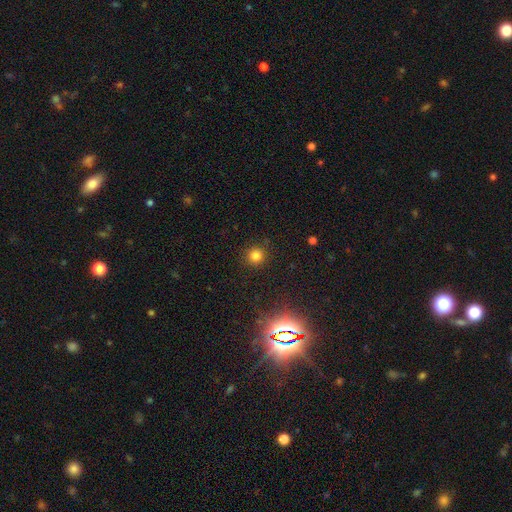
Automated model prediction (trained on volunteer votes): Smooth or featured? smooth (79%)
How rounded? round (93%)
Merging? none (90%)